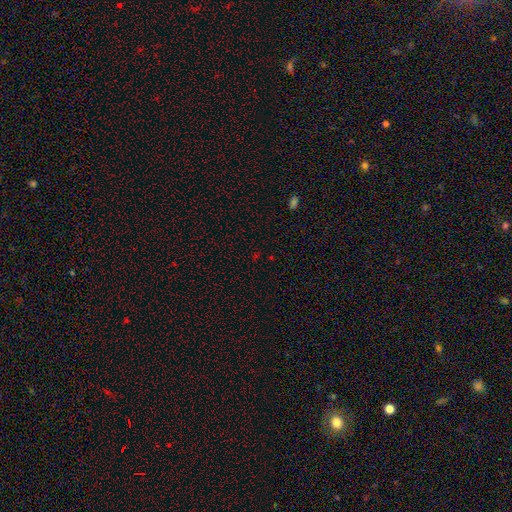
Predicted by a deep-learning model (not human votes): This is likely a star or artifact rather than a galaxy (61%).